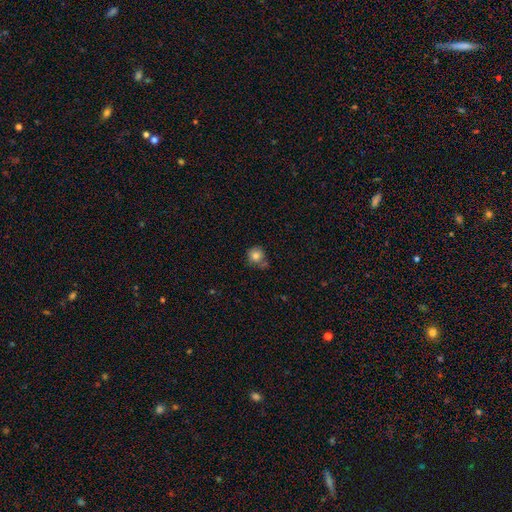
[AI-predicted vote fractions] Morphology: type=smooth (80%); roundness=round (88%); merging=none (60%).